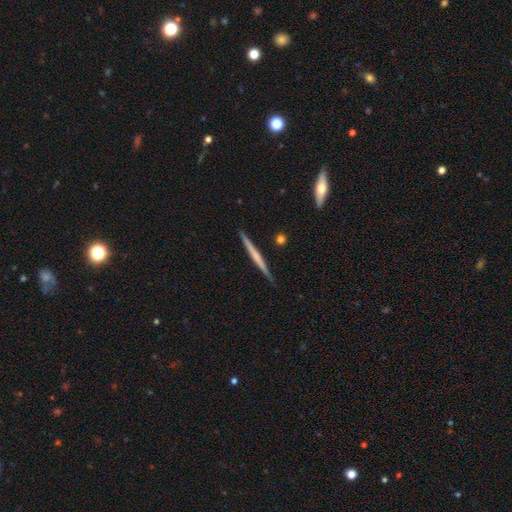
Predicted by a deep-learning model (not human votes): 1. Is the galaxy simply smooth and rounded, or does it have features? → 54% featured or disk, 41% smooth, 5% star or artifact.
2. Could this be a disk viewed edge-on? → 98% yes, 2% no.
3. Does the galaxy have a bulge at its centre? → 76% none, 17% rounded, 7% boxy.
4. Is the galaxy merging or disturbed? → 88% none, 9% minor disturbance, 2% merger, 1% major disturbance.